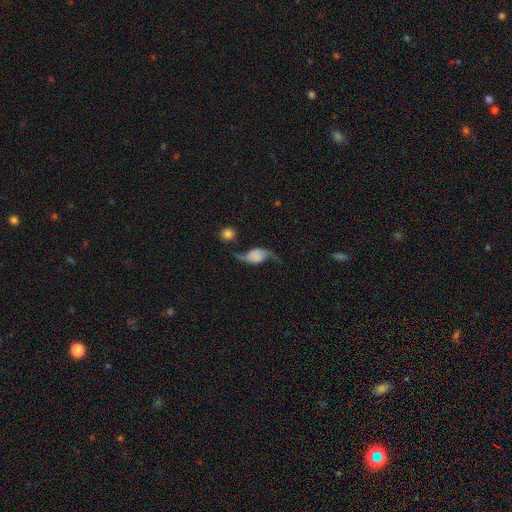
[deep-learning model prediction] smooth-or-featured: featured or disk: 74% | smooth: 18% | star or artifact: 8%
  disk-edge-on: no: 93% | yes: 7%
    bar: no: 69% | weak: 22% | strong: 9%
    has-spiral-arms: yes: 93% | no: 7%
      spiral-winding: loose: 90% | medium: 7% | tight: 2%
      spiral-arm-count: 2: 93% | 1: 3% | can't tell: 2% | 3: 1% | 4: 1% | more than 4: 1%
    bulge-size: none: 53% | dominant: 15% | small: 13% | large: 12% | moderate: 7%
  merging: none: 55% | minor disturbance: 21% | major disturbance: 17% | merger: 7%